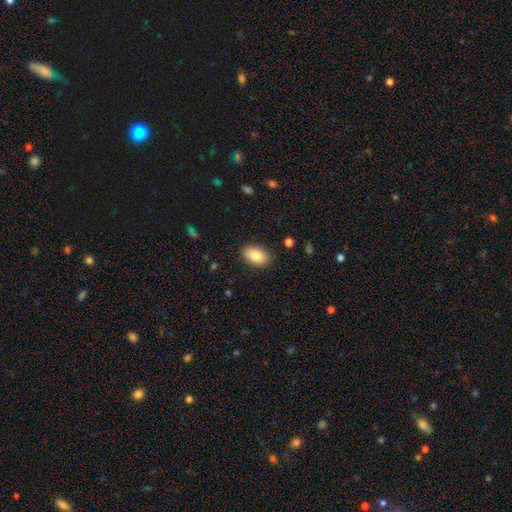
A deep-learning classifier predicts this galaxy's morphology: The model was most divided on "smooth or featured": smooth: 84%, featured or disk: 9%, star or artifact: 7%. More confident: how rounded — in between (91%); merging — none (87%).